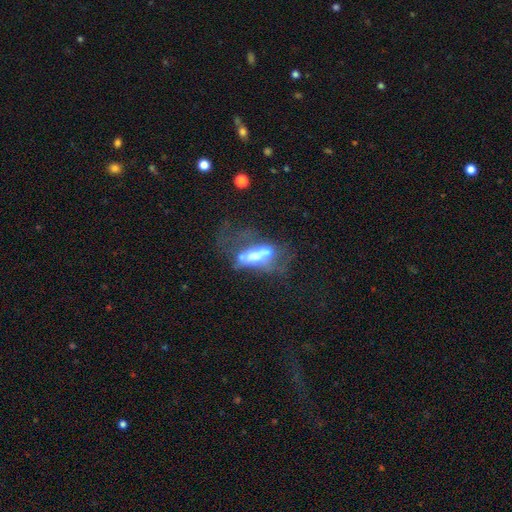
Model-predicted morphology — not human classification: Smooth or featured?
  - featured or disk: 54% *
  - smooth: 36%
  - star or artifact: 10%
Edge-on disk?
  - no: 76% *
  - yes: 24%
Merging?
  - major disturbance: 34% *
  - merger: 30%
  - none: 21%
  - minor disturbance: 15%